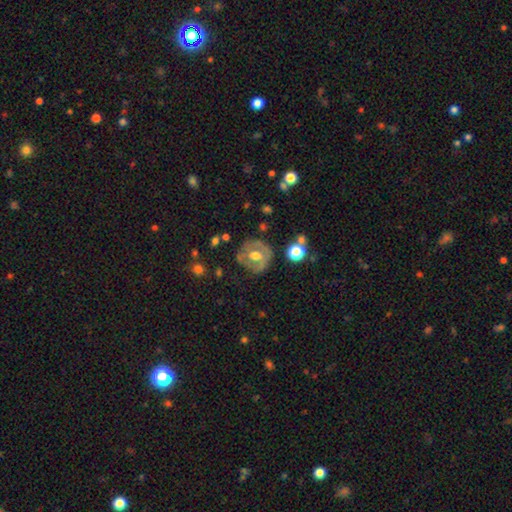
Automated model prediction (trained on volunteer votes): featured or disk 53%, smooth 39%, star or artifact 8%. Down the decision tree: edge-on disk — no (95%); bar — no (59%); spiral arms — no (73%); bulge size — moderate (69%); merging — none (69%).